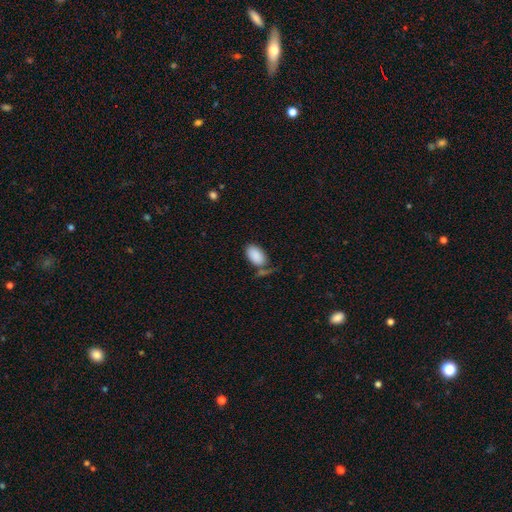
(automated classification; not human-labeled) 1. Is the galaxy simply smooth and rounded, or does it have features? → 88% smooth, 7% star or artifact, 5% featured or disk.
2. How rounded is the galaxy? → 94% in between, 4% round, 2% cigar-shaped.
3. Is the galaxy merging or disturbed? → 58% none, 18% minor disturbance, 15% merger, 9% major disturbance.